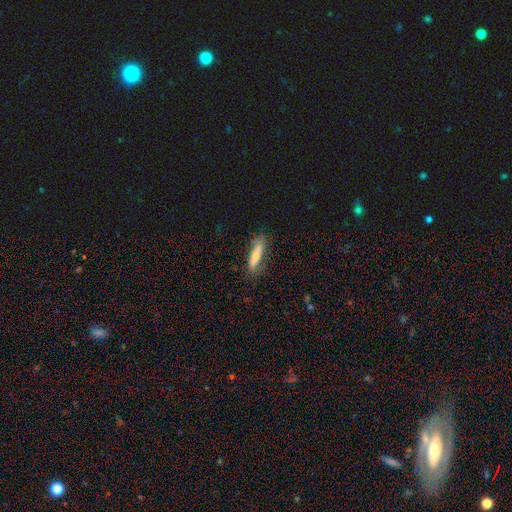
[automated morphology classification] A smooth galaxy with no disk features (57%) that is cigar-shaped (70%). Merging: none (71%).